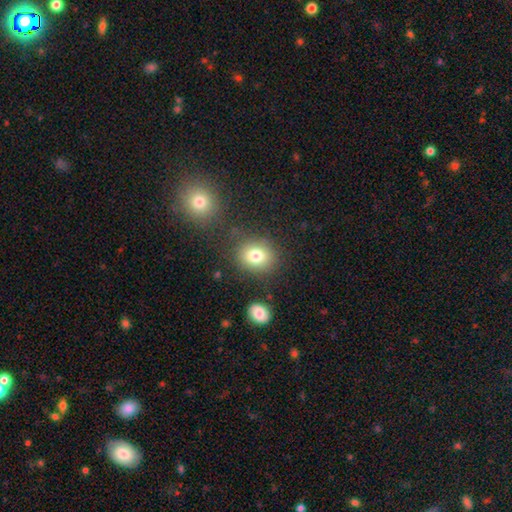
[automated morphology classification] This appears to be a smooth galaxy with no disk features (79%) that is round (67%). Merging: none (81%).